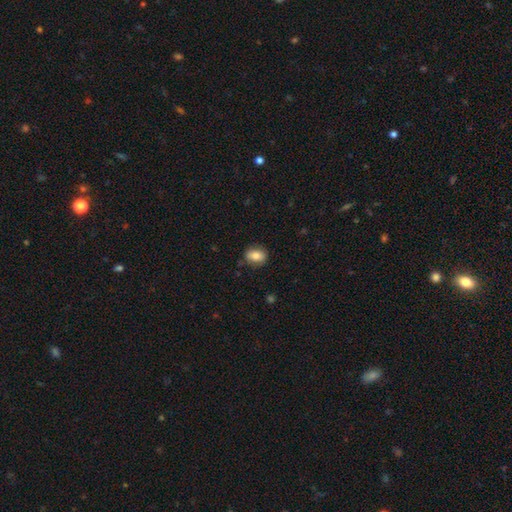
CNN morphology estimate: This is clearly a smooth galaxy (81%). How rounded: likely in between (71%). Merging: clearly none (83%).